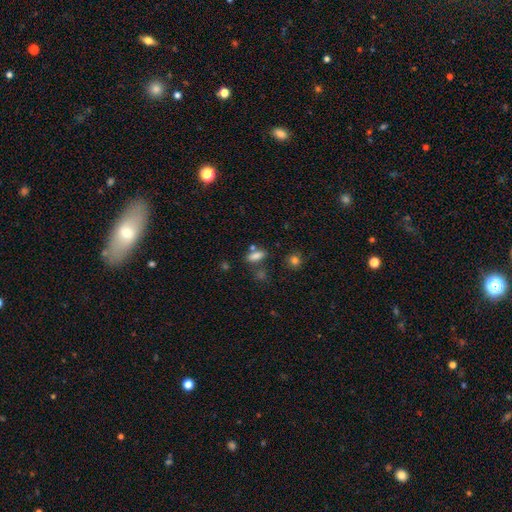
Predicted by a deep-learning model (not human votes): Smooth or featured? smooth (79%)
How rounded? in between (70%)
Merging? none (63%)